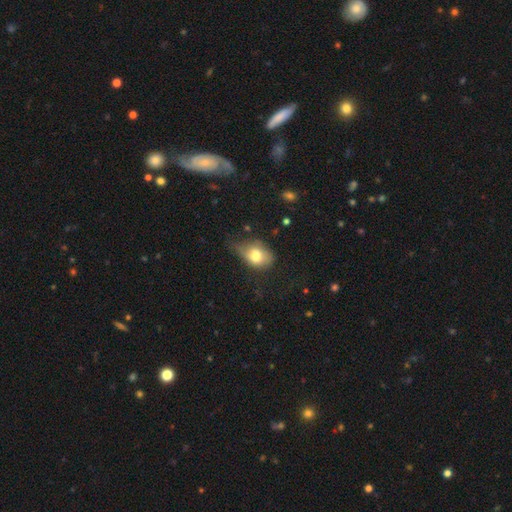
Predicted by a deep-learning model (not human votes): smooth 72%, featured or disk 19%, star or artifact 9%. Down the decision tree: how rounded — in between (72%); merging — minor disturbance (42%).